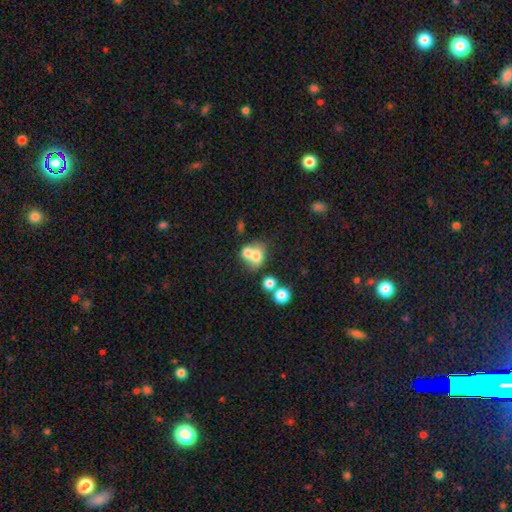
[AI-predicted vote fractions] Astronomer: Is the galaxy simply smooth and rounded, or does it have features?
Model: smooth — 68%.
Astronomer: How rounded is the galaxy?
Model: round — 53% (runner-up: in between, 46%).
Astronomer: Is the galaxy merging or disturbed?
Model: merger — 63%.